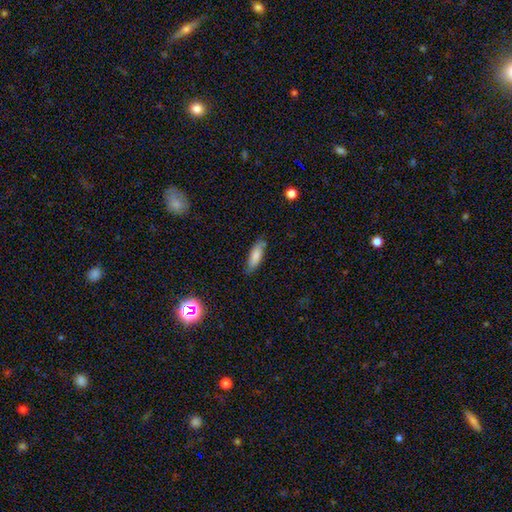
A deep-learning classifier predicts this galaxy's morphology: type=smooth (78%); roundness=in between (53%); merging=none (81%).